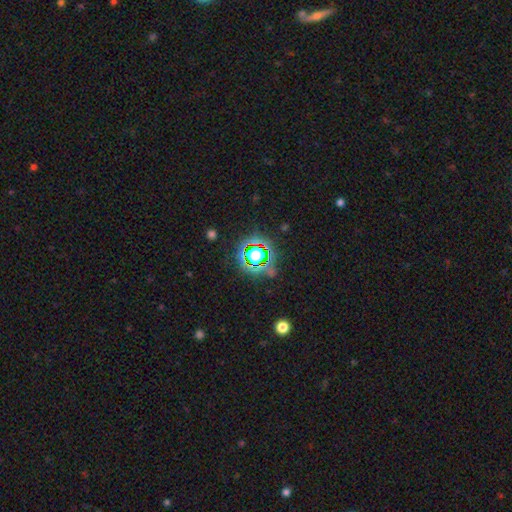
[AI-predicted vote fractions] This appears to be a star or artifact, not a galaxy (66%).